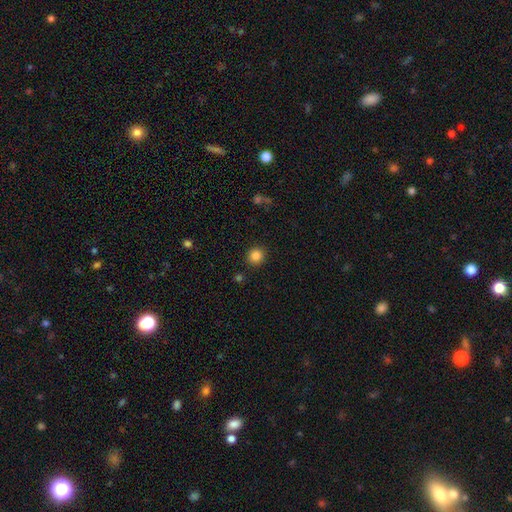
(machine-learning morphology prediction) smooth 85%, star or artifact 11%, featured or disk 4%. Down the decision tree: how rounded — round (91%); merging — none (91%).